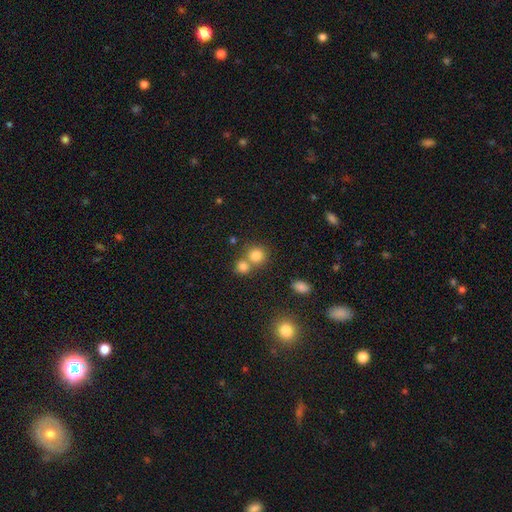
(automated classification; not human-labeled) Smooth or featured: smooth — 81% (star or artifact — 12%)
How rounded: round — 87% (in between — 12%)
Merging: none — 52% (merger — 39%)